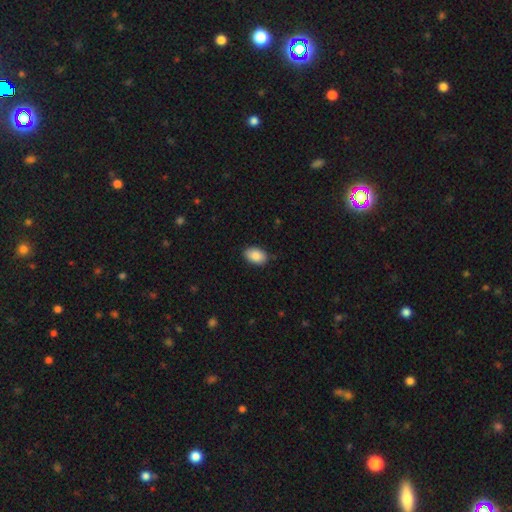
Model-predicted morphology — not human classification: smooth 88%, star or artifact 7%, featured or disk 5%. Down the decision tree: how rounded — in between (90%); merging — none (86%).